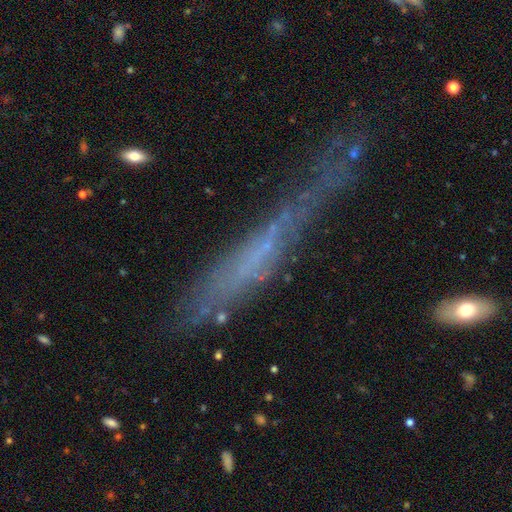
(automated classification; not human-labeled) Smooth or featured? Predicted: featured or disk (p=0.53). Edge-on disk? Predicted: yes (p=0.73). Merging? Predicted: none (p=0.40).